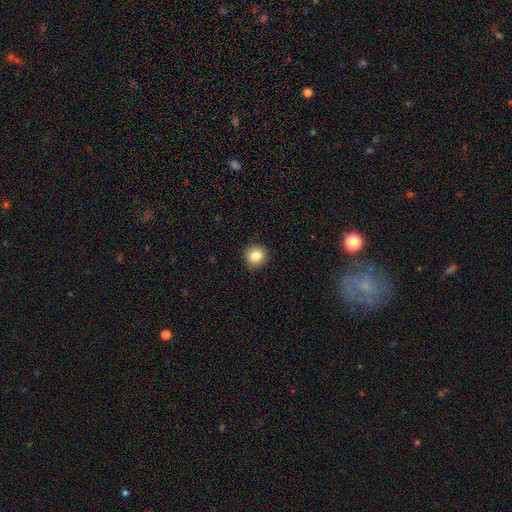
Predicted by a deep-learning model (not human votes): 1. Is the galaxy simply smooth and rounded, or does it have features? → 85% smooth, 10% star or artifact, 6% featured or disk.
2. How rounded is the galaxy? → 92% round, 7% in between, 1% cigar-shaped.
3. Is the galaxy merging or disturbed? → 91% none, 6% minor disturbance, 2% major disturbance, 1% merger.